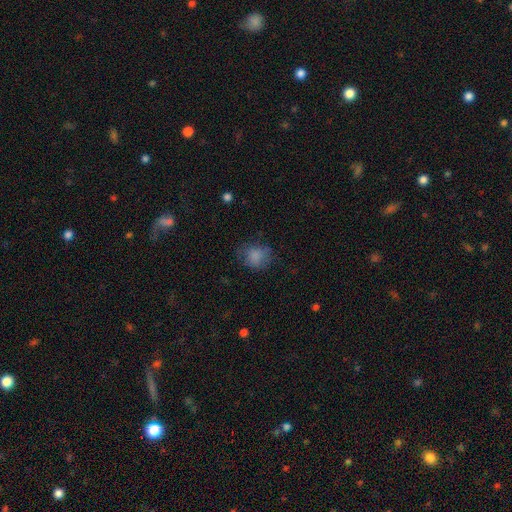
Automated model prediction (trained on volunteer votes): The model was most divided on "how rounded": round: 66%, in between: 33%, cigar-shaped: 1%. More confident: smooth or featured — smooth (80%); merging — none (64%).